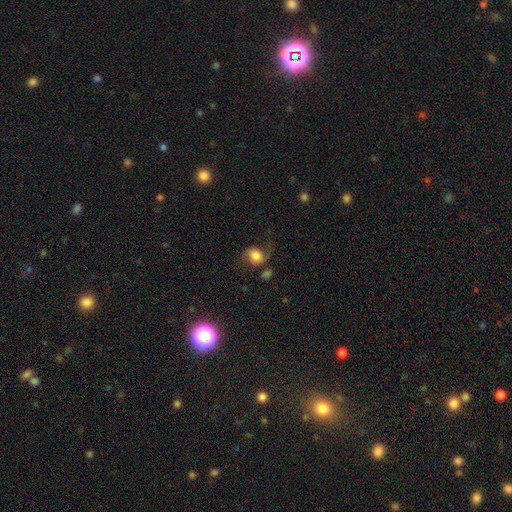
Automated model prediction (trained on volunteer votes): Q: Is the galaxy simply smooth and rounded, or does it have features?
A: smooth — 57%.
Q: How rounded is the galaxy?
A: round — 67%.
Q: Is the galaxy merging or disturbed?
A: none — 50%.